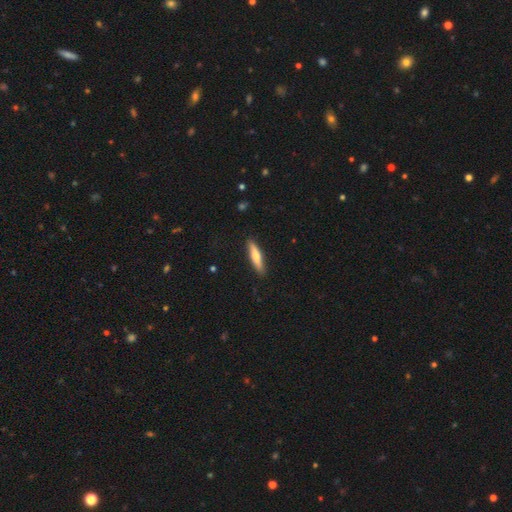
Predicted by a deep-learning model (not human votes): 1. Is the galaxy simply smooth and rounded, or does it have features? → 66% smooth, 29% featured or disk, 5% star or artifact.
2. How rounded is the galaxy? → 82% cigar-shaped, 16% in between, 1% round.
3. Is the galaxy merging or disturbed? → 89% none, 9% minor disturbance, 2% major disturbance, 1% merger.